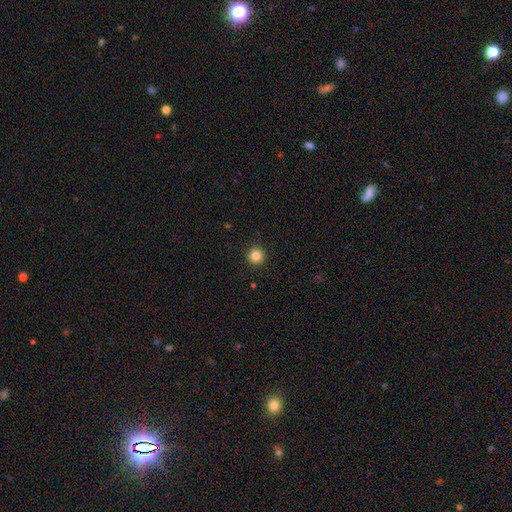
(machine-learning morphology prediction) type=smooth (85%); roundness=round (96%); merging=none (93%).